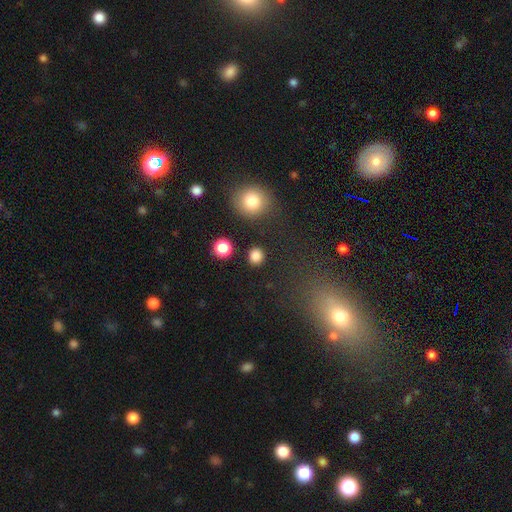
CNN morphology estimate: Smooth or featured? smooth (85%)
How rounded? round (85%)
Merging? none (89%)